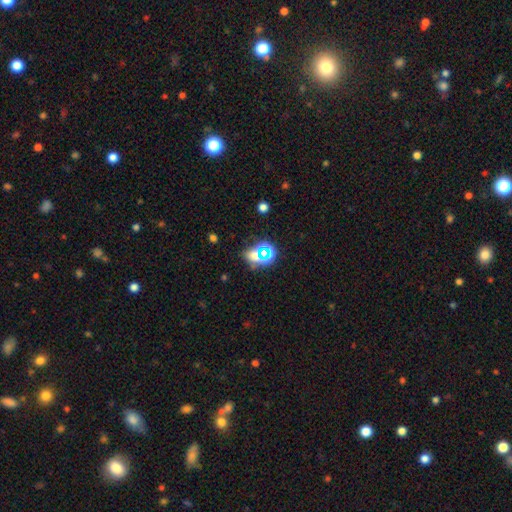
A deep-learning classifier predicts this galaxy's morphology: A smooth galaxy with no disk features (44%). Merging: none (62%).